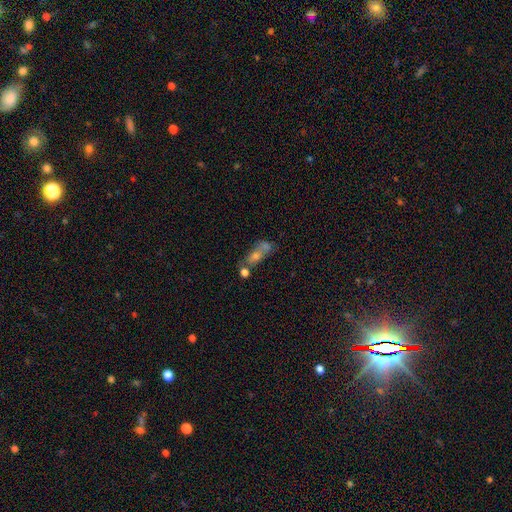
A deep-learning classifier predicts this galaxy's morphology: Smooth or featured?
  - smooth: 51% *
  - featured or disk: 31%
  - star or artifact: 18%
How rounded?
  - in between: 58% *
  - round: 22%
  - cigar-shaped: 20%
Merging?
  - merger: 44% *
  - none: 32%
  - minor disturbance: 13%
  - major disturbance: 11%